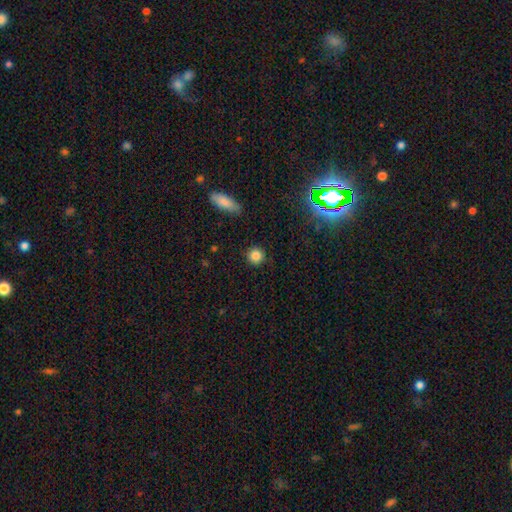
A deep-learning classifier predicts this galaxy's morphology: Smooth or featured?
  - smooth: 83% *
  - star or artifact: 12%
  - featured or disk: 5%
How rounded?
  - round: 93% *
  - in between: 6%
  - cigar-shaped: 1%
Merging?
  - none: 89% *
  - minor disturbance: 7%
  - major disturbance: 2%
  - merger: 1%